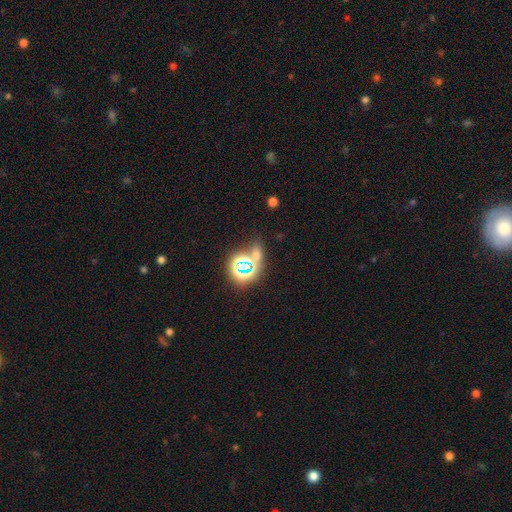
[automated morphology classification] Smooth or featured? star or artifact (51%)